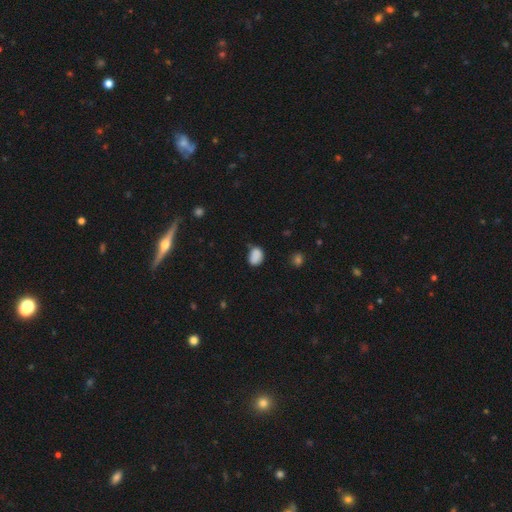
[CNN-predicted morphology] Smooth or featured? Predicted: smooth (p=0.85). How rounded? Predicted: in between (p=0.71). Merging? Predicted: none (p=0.58).